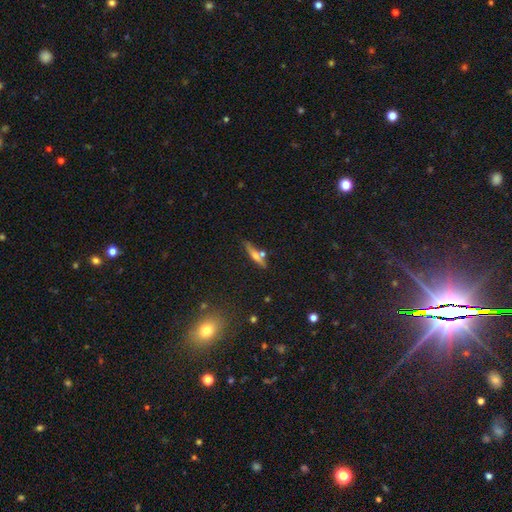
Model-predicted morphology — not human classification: type=smooth (50%); roundness=cigar-shaped (82%); merging=none (71%).